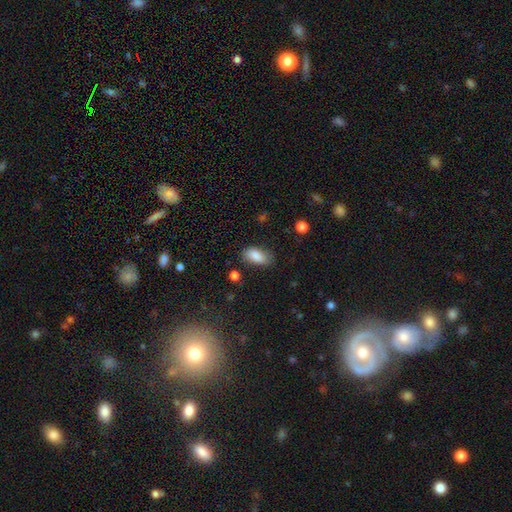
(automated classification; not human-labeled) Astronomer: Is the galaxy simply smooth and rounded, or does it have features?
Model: smooth — 86%.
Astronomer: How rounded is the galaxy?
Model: in between — 91%.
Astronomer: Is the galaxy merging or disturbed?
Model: none — 73%.